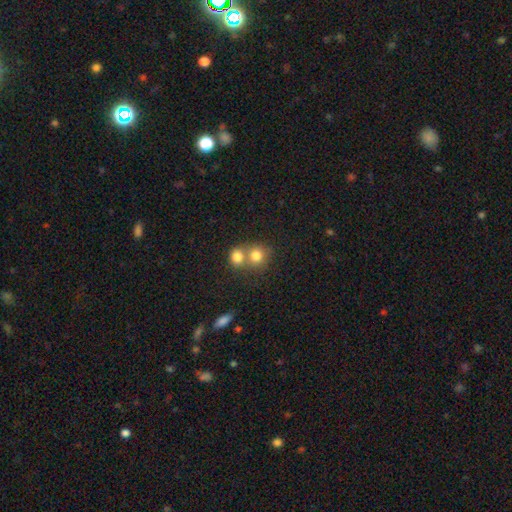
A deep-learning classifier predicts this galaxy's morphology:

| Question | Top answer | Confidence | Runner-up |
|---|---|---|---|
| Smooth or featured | smooth | 79% | featured or disk (11%) |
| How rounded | round | 80% | in between (19%) |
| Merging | merger | 54% | none (37%) |